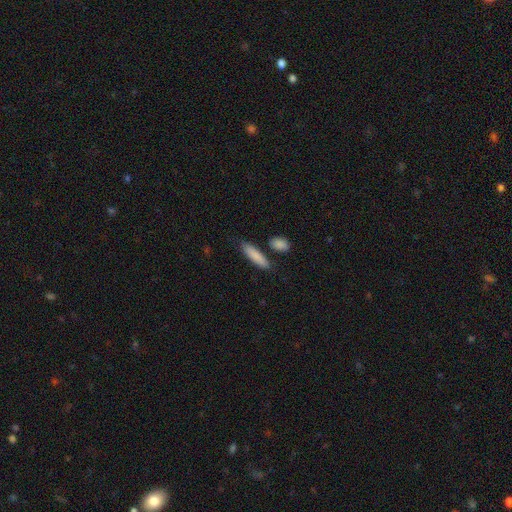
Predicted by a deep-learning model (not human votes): The model was most divided on "how rounded": cigar-shaped: 69%, in between: 29%, round: 2%. More confident: smooth or featured — smooth (85%); merging — none (80%).